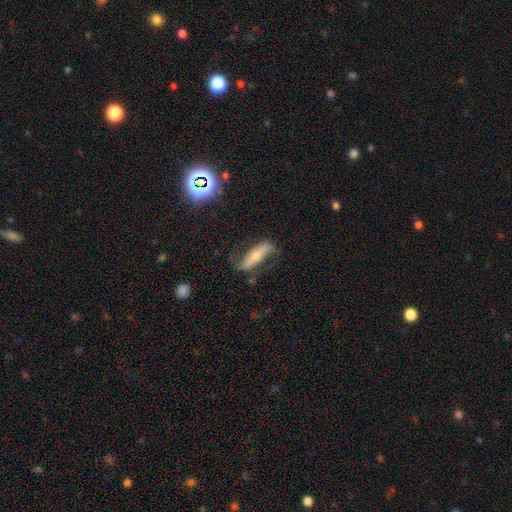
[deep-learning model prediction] smooth_or_featured: featured or disk (p=0.59) [alt: smooth p=0.33]
disk_edge_on: no (p=0.64) [alt: yes p=0.36]
merging: none (p=0.66) [alt: minor disturbance p=0.21]